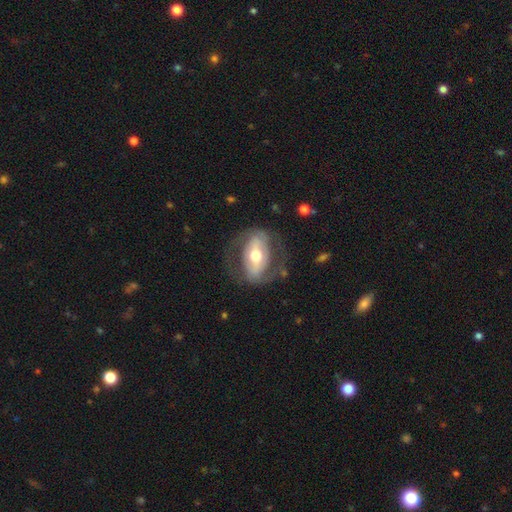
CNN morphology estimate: featured or disk 68%, smooth 27%, star or artifact 5%. Down the decision tree: edge-on disk — no (92%); bar — strong (46%); spiral arms — yes (52%); bulge size — moderate (69%); merging — none (66%).